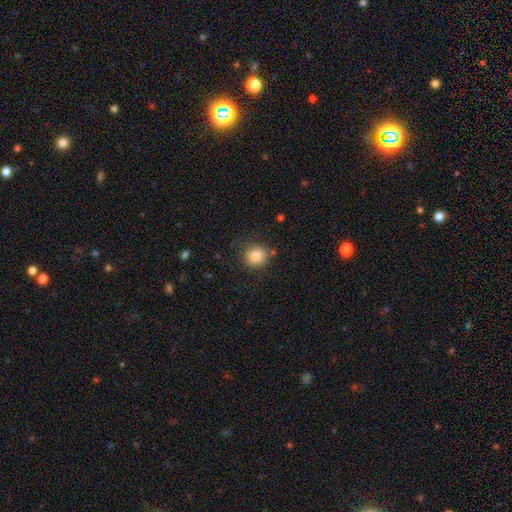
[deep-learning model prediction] Smooth or featured? smooth (84%)
How rounded? round (83%)
Merging? none (77%)